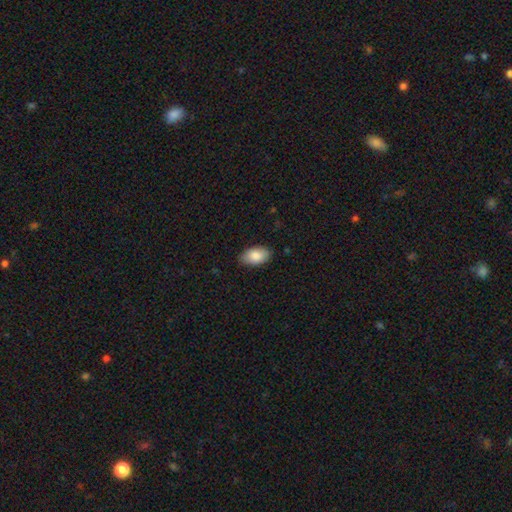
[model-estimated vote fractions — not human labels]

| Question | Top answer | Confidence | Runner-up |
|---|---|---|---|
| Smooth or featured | smooth | 86% | featured or disk (7%) |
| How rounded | in between | 94% | round (5%) |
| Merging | none | 86% | minor disturbance (11%) |